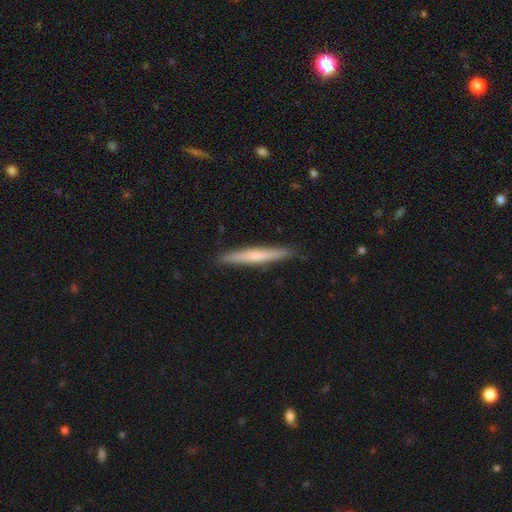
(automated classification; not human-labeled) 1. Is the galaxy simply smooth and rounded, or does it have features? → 54% smooth, 41% featured or disk, 5% star or artifact.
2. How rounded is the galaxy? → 96% cigar-shaped, 3% in between, 1% round.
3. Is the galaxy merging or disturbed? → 90% none, 8% minor disturbance, 1% major disturbance, 1% merger.